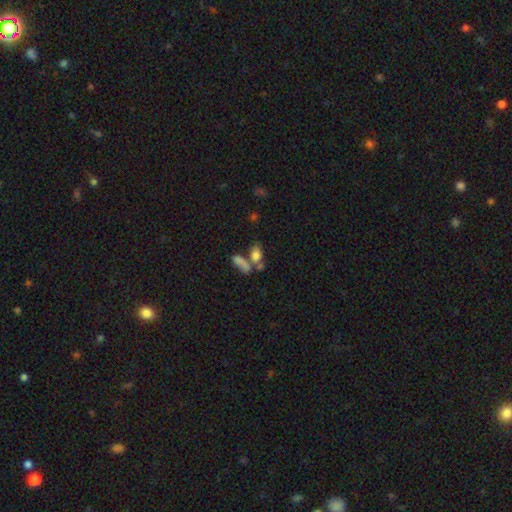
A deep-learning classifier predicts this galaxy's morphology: Overall: smooth (77%). How rounded: in between (78%). Merging: merger (41%; none 39%).